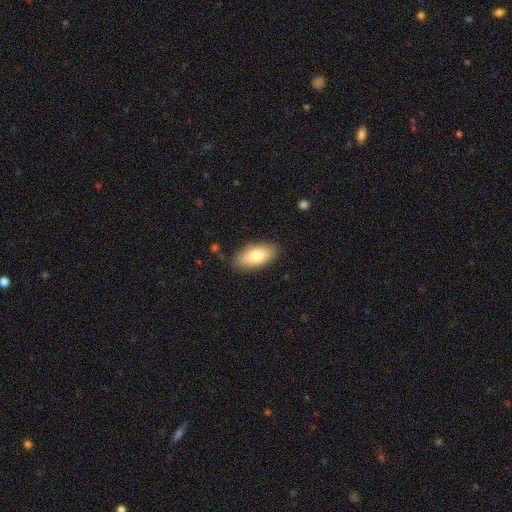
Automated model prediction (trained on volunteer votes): A smooth galaxy with no disk features (79%) that is in between round and cigar-shaped (90%).

Vote fractions:
- Smooth or featured? smooth: 79% / featured or disk: 15% / star or artifact: 6%
- How rounded? in between: 90% / cigar-shaped: 8% / round: 3%
- Merging? none: 85% / minor disturbance: 11% / major disturbance: 2% / merger: 1%